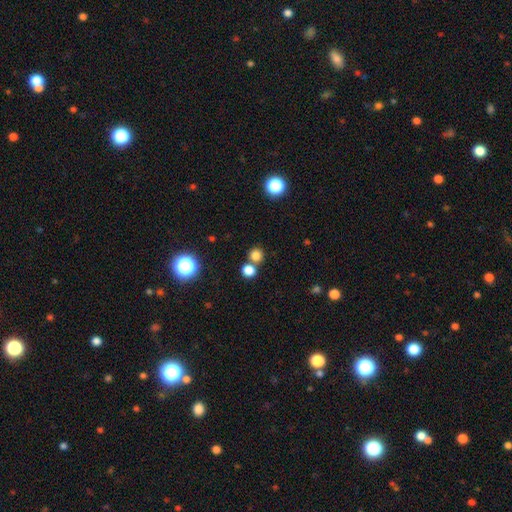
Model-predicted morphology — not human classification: type=smooth (78%); roundness=round (88%); merging=none (65%).